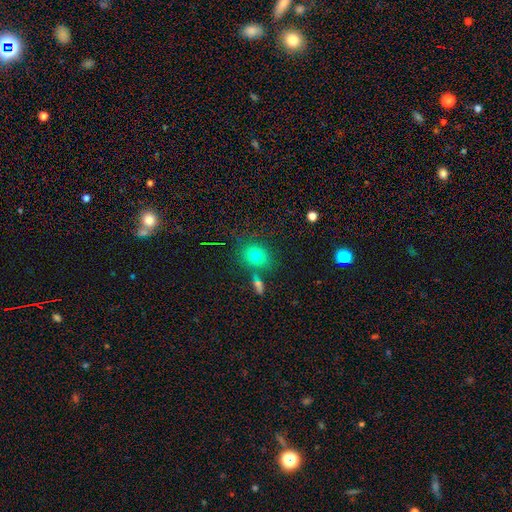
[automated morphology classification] smooth-or-featured: smooth: 74% | star or artifact: 16% | featured or disk: 10%
  how-rounded: round: 66% | in between: 33% | cigar-shaped: 1%
  merging: none: 73% | minor disturbance: 12% | merger: 11% | major disturbance: 5%